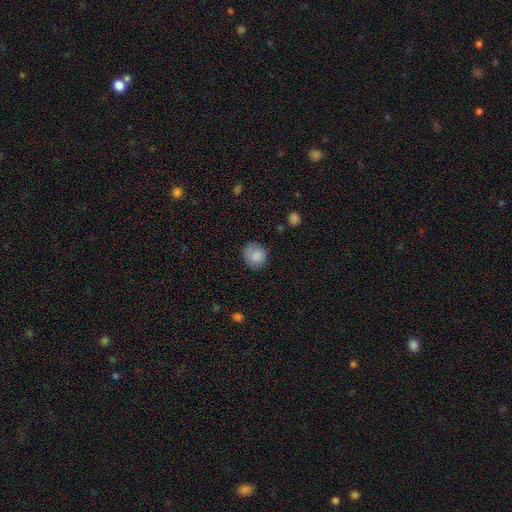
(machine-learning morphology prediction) smooth_or_featured: smooth (p=0.80) [alt: featured or disk p=0.12]
how_rounded: round (p=0.82) [alt: in between p=0.18]
merging: none (p=0.72) [alt: minor disturbance p=0.20]